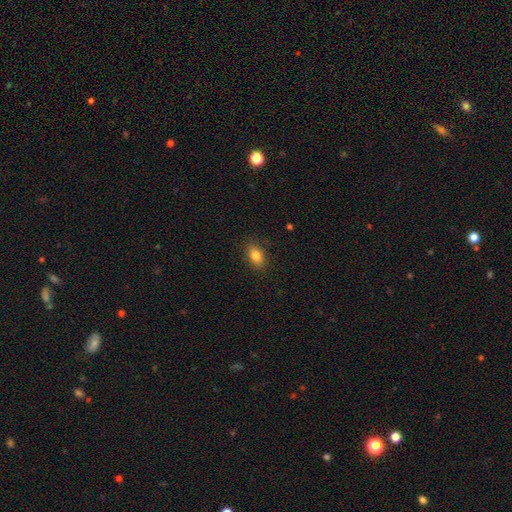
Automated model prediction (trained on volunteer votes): Smooth or featured: smooth — 83% (star or artifact — 9%)
How rounded: in between — 84% (round — 14%)
Merging: none — 87% (minor disturbance — 9%)